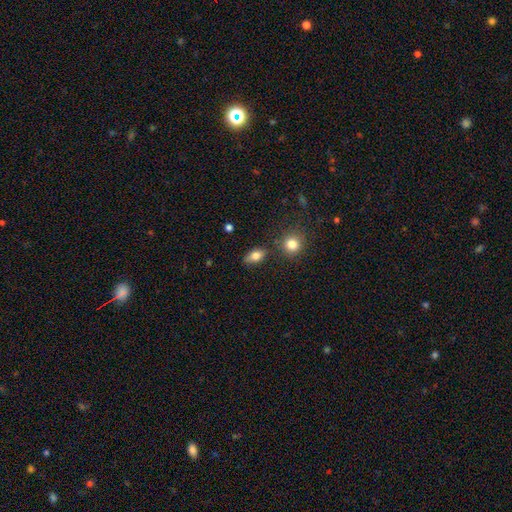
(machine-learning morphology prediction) Smooth or featured? smooth (81%)
How rounded? in between (83%)
Merging? none (78%)